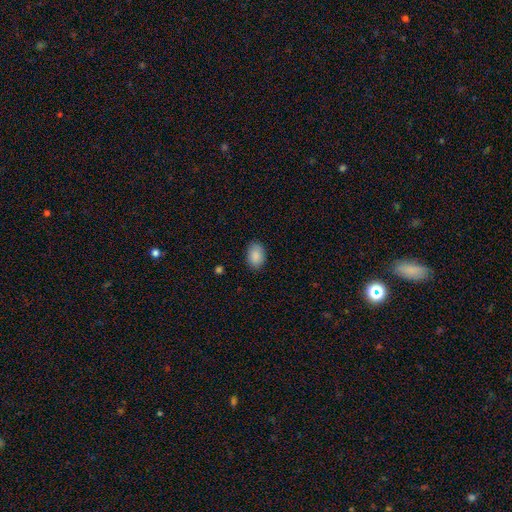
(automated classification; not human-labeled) Smooth or featured?
  - smooth: 89% *
  - star or artifact: 7%
  - featured or disk: 4%
How rounded?
  - in between: 84% *
  - round: 15%
  - cigar-shaped: 1%
Merging?
  - none: 86% *
  - minor disturbance: 11%
  - major disturbance: 2%
  - merger: 1%